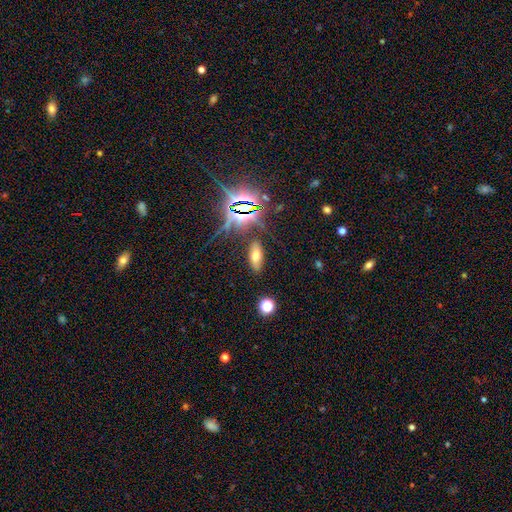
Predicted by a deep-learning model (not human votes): Smooth or featured? smooth (55%)
How rounded? in between (78%)
Merging? none (84%)